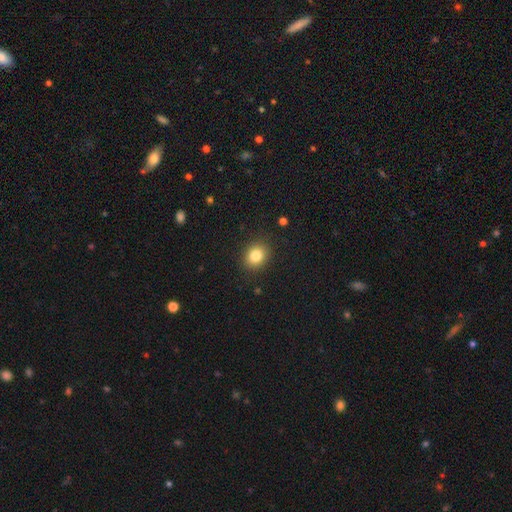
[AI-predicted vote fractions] Smooth or featured? Predicted: smooth (p=0.82). How rounded? Predicted: round (p=0.63). Merging? Predicted: none (p=0.89).